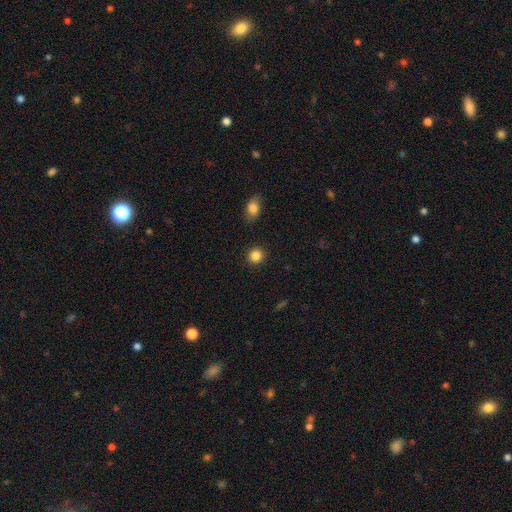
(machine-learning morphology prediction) smooth-or-featured: smooth: 86% | star or artifact: 10% | featured or disk: 4%
  how-rounded: round: 89% | in between: 10% | cigar-shaped: 1%
  merging: none: 91% | minor disturbance: 5% | major disturbance: 2% | merger: 2%